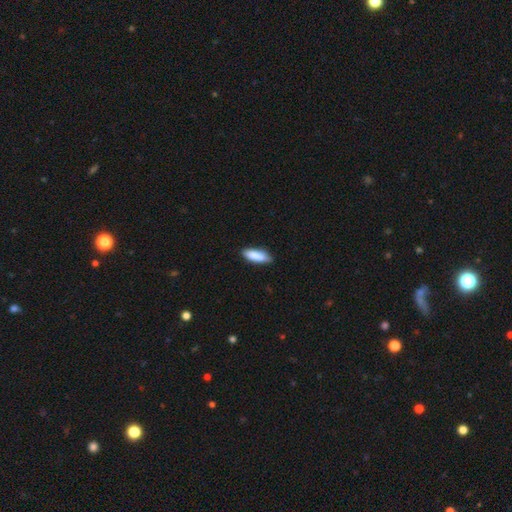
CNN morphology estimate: Smooth or featured? smooth (87%)
How rounded? in between (60%)
Merging? none (84%)